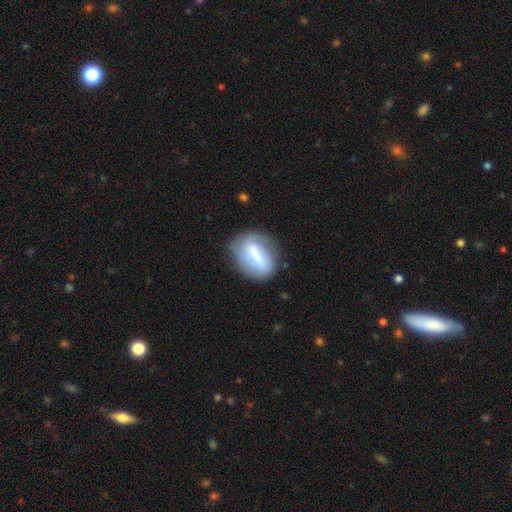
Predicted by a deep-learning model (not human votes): smooth 53%, featured or disk 39%, star or artifact 8%. Down the decision tree: how rounded — in between (68%); merging — none (69%).